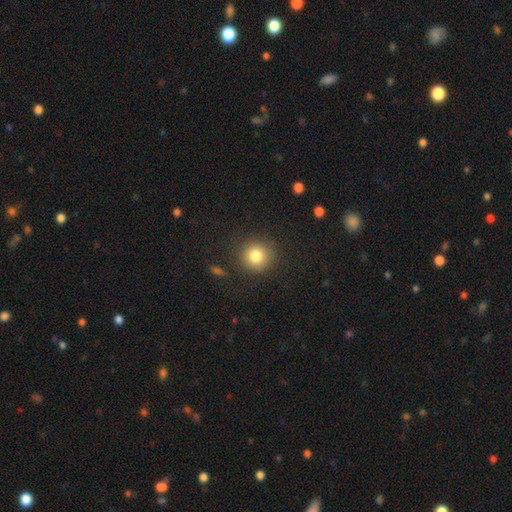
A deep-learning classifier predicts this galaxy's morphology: Overall: smooth (81%). How rounded: round (91%). Merging: none (87%).